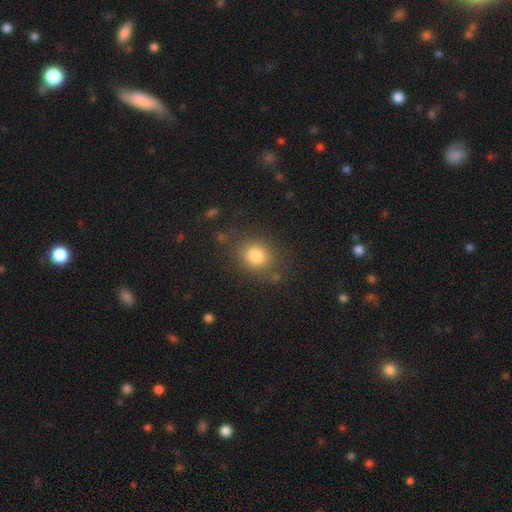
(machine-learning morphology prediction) Smooth or featured: smooth — 81% (star or artifact — 11%)
How rounded: round — 68% (in between — 31%)
Merging: none — 77% (minor disturbance — 14%)